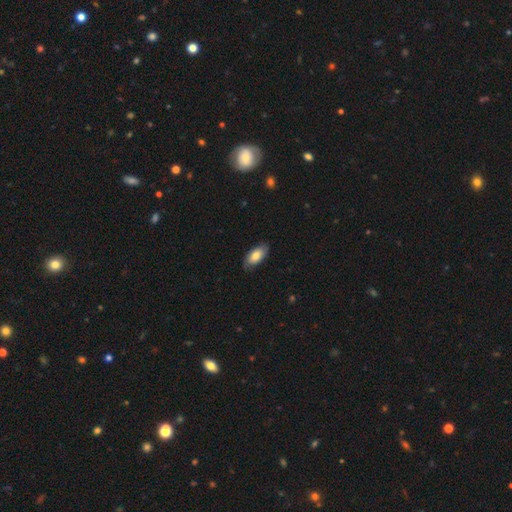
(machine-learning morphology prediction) smooth_or_featured: smooth (p=0.75) [alt: featured or disk p=0.19]
how_rounded: in between (p=0.91) [alt: cigar-shaped p=0.06]
merging: none (p=0.80) [alt: minor disturbance p=0.16]